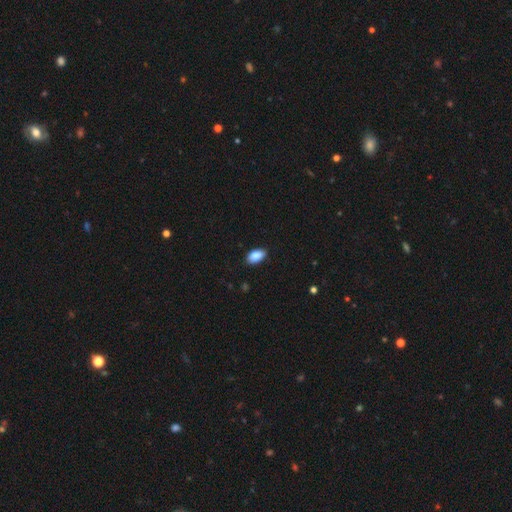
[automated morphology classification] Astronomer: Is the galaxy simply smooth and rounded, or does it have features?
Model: smooth — 89%.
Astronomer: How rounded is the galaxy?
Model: in between — 93%.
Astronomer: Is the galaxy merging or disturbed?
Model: none — 87%.